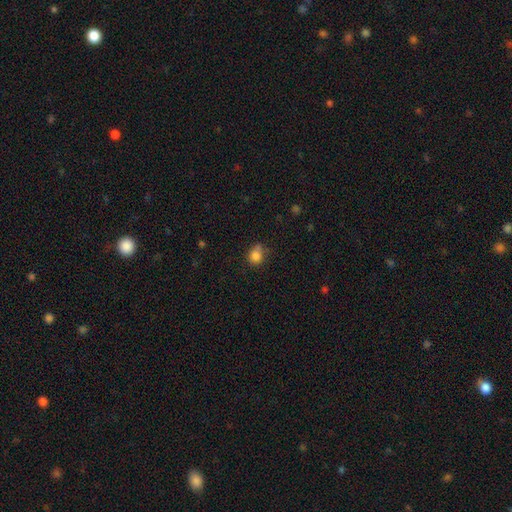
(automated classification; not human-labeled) Smooth or featured? Predicted: smooth (p=0.82). How rounded? Predicted: round (p=0.70). Merging? Predicted: none (p=0.51).